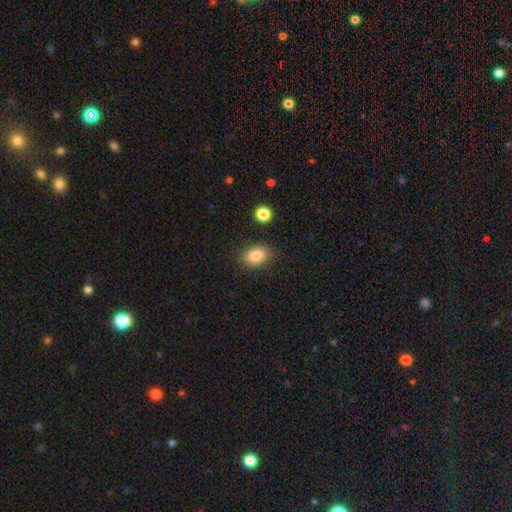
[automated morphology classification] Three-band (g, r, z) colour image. It shows a smooth galaxy with no disk features (83%) that is in between round and cigar-shaped (79%). Merging: none (84%).